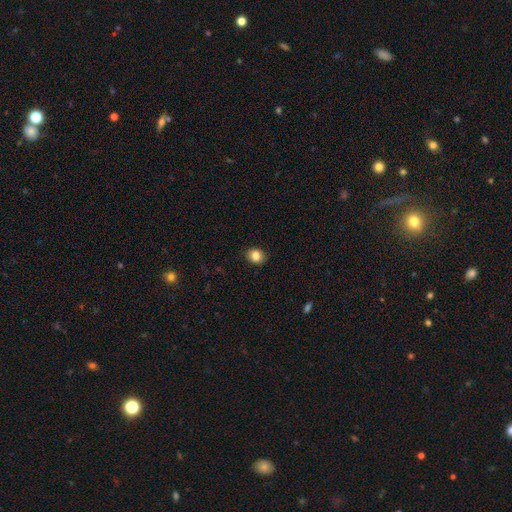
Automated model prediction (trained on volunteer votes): A smooth galaxy with no disk features (84%) that is round (60%).

Vote fractions:
- Smooth or featured? smooth: 84% / star or artifact: 10% / featured or disk: 6%
- How rounded? round: 60% / in between: 39% / cigar-shaped: 1%
- Merging? none: 89% / minor disturbance: 8% / major disturbance: 2% / merger: 1%